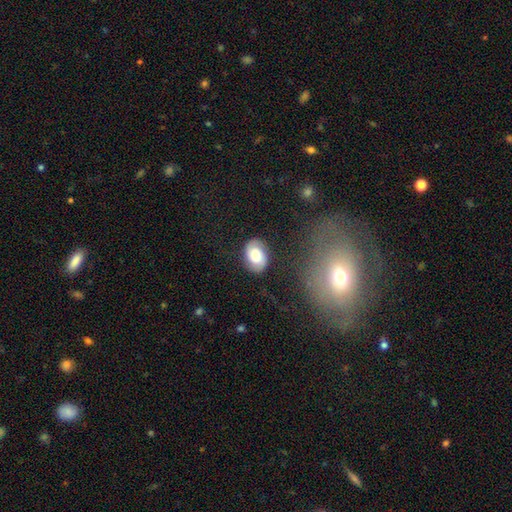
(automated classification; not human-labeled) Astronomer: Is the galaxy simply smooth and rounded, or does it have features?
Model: smooth — 55% (runner-up: featured or disk, 37%).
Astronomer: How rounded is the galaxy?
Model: in between — 80%.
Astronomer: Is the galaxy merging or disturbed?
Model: none — 80%.